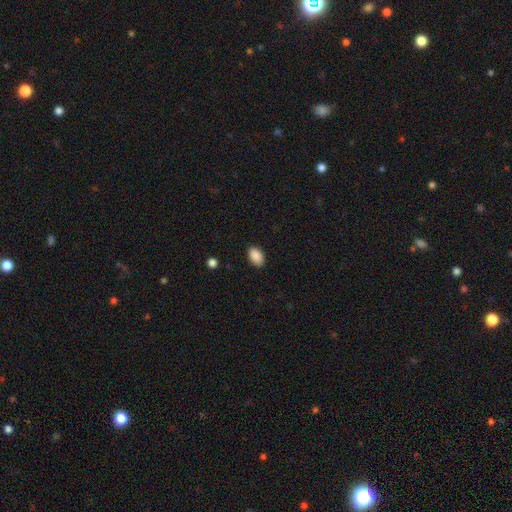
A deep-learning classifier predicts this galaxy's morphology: smooth_or_featured: smooth (p=0.90) [alt: star or artifact p=0.07]
how_rounded: in between (p=0.92) [alt: round p=0.07]
merging: none (p=0.88) [alt: minor disturbance p=0.09]